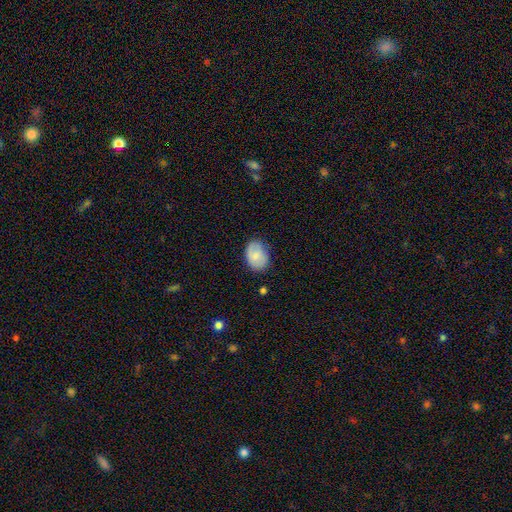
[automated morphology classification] Q: Smooth or featured?
A: smooth (78%); runner-up: featured or disk (15%)
Q: How rounded?
A: in between (76%); runner-up: round (23%)
Q: Merging?
A: none (74%); runner-up: minor disturbance (20%)